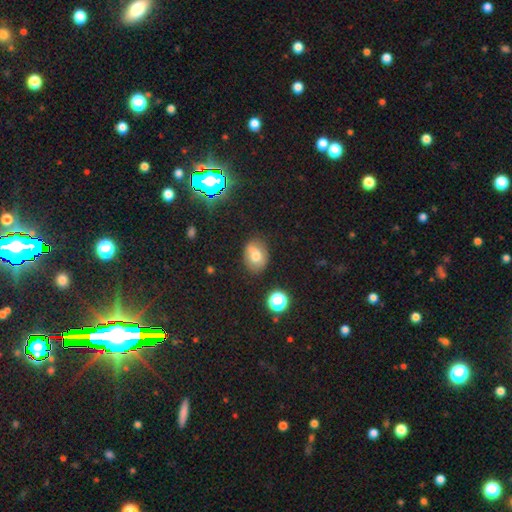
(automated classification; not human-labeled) Smooth or featured: smooth — 67% (featured or disk — 19%)
How rounded: in between — 64% (round — 34%)
Merging: none — 71% (minor disturbance — 21%)